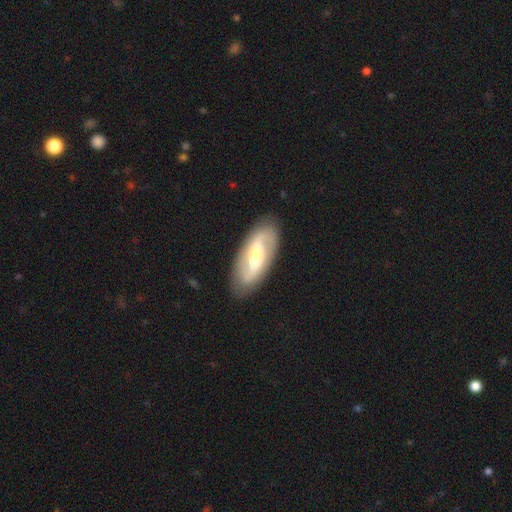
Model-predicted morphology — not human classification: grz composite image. It shows a featured or disk galaxy (71%) with a weak bar (42%), 2 (89%) loose (46%) spiral arms (87%) and a moderate central bulge (51%). Merging: none (85%).